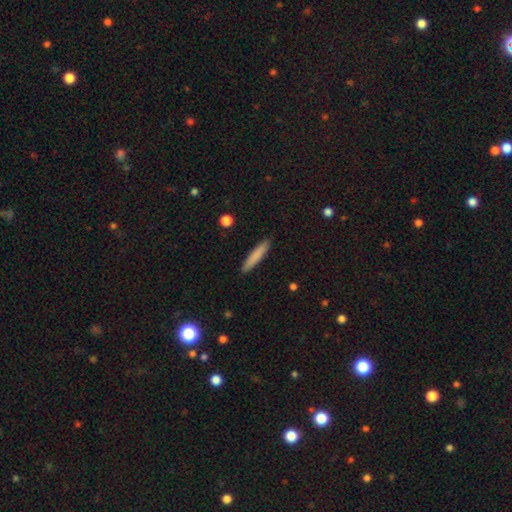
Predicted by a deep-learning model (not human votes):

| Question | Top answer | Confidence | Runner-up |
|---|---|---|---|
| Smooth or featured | smooth | 81% | featured or disk (13%) |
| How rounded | cigar-shaped | 91% | in between (8%) |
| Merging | none | 91% | minor disturbance (7%) |